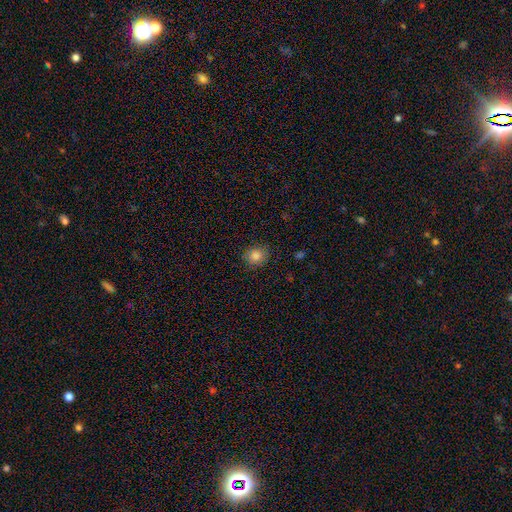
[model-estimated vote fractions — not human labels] A smooth galaxy with no disk features (84%) that is round (71%). Merging: none (87%).